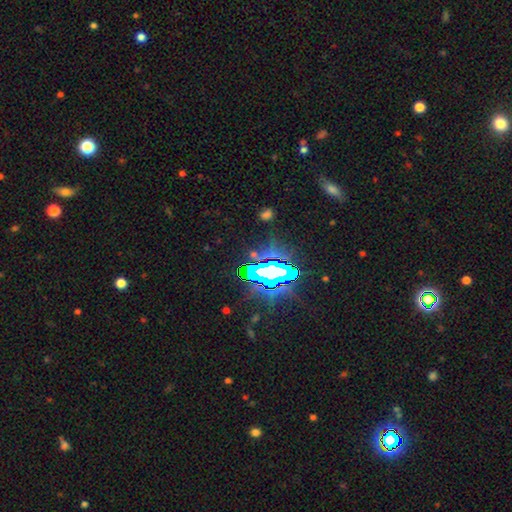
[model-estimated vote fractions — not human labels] Smooth or featured?
  - star or artifact: 74% *
  - featured or disk: 13%
  - smooth: 13%